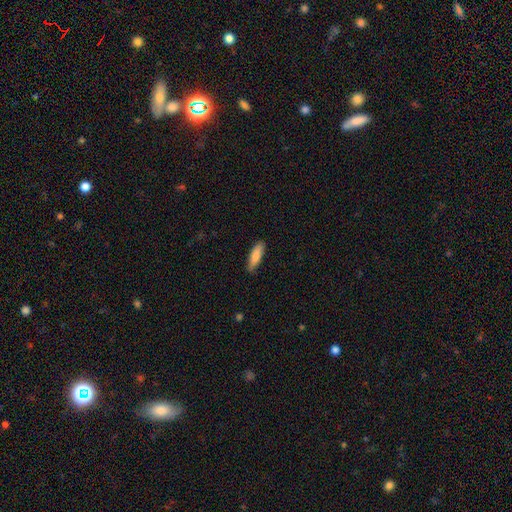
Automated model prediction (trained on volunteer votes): Morphology: type=smooth (85%); roundness=cigar-shaped (55%); merging=none (84%).